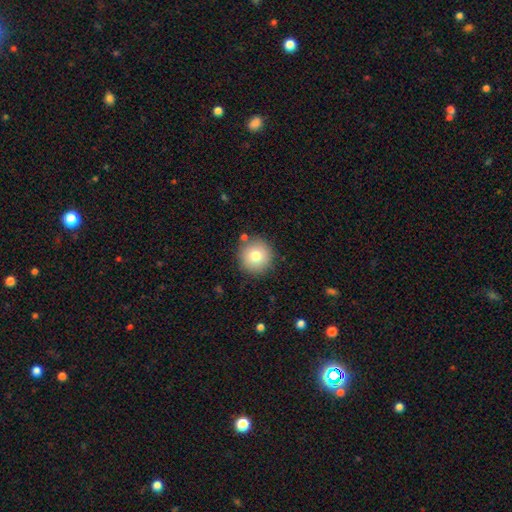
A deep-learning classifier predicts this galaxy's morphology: Smooth or featured? Predicted: smooth (p=0.78). How rounded? Predicted: round (p=0.96). Merging? Predicted: none (p=0.87).